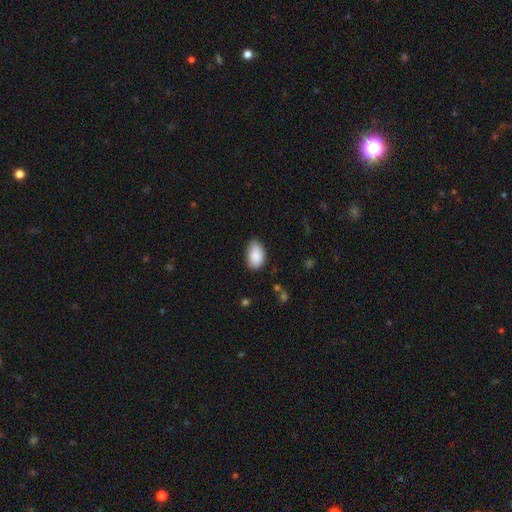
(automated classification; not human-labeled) A smooth galaxy with no disk features (89%) that is in between round and cigar-shaped (92%). Merging: none (71%).